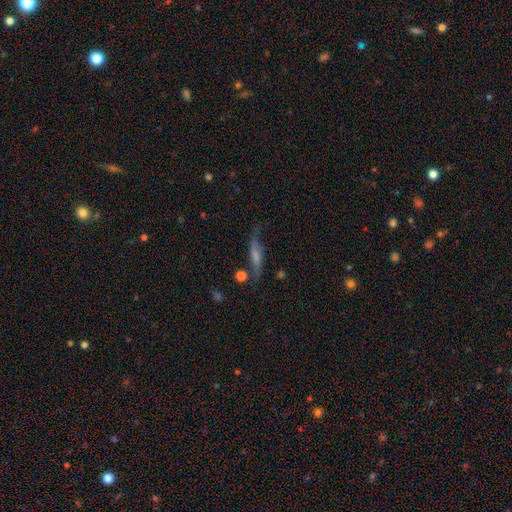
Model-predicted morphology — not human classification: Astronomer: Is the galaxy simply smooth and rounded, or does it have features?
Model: featured or disk — 54% (runner-up: smooth, 33%).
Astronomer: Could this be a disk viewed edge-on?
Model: yes — 54% (runner-up: no, 46%).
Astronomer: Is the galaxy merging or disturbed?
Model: none — 60%.